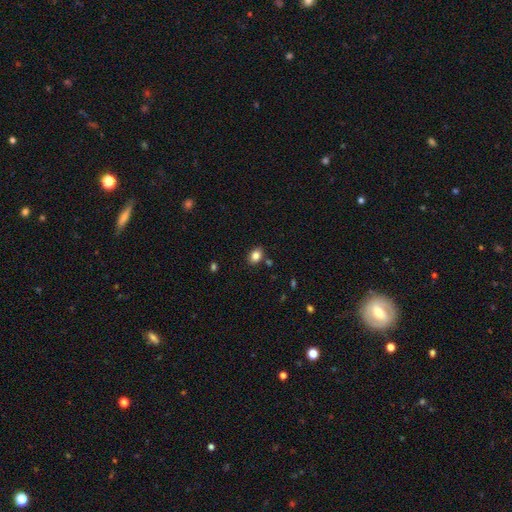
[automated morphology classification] Smooth or featured?
  - smooth: 85% *
  - star or artifact: 10%
  - featured or disk: 6%
How rounded?
  - in between: 71% *
  - round: 28%
  - cigar-shaped: 1%
Merging?
  - none: 83% *
  - minor disturbance: 10%
  - merger: 4%
  - major disturbance: 3%